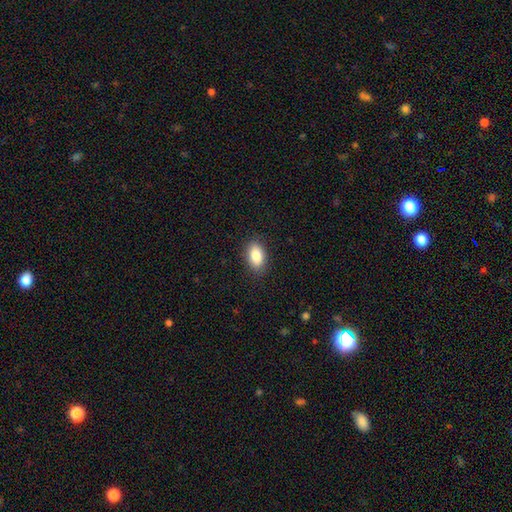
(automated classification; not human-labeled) Smooth or featured? Predicted: smooth (p=0.86). How rounded? Predicted: in between (p=0.91). Merging? Predicted: none (p=0.87).